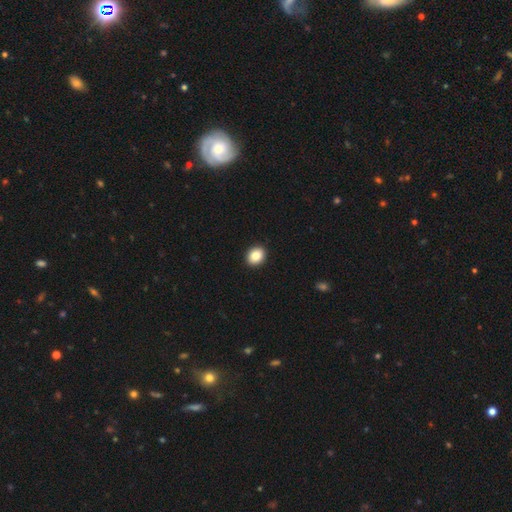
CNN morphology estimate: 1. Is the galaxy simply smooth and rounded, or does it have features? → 86% smooth, 8% star or artifact, 5% featured or disk.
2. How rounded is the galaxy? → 54% round, 45% in between, 1% cigar-shaped.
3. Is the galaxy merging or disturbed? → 93% none, 5% minor disturbance, 1% major disturbance, 1% merger.